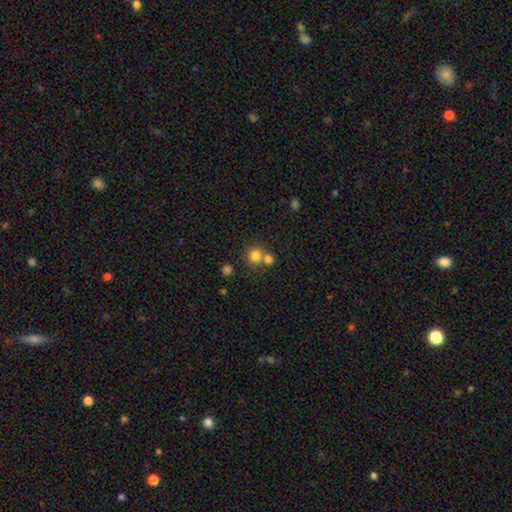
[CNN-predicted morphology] A smooth galaxy with no disk features (79%) that is round (89%). Merging: none (58%).